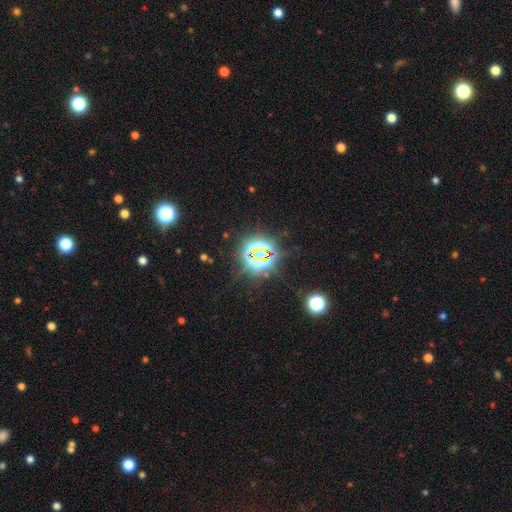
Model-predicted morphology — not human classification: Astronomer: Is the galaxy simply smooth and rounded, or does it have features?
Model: star or artifact — 70%.